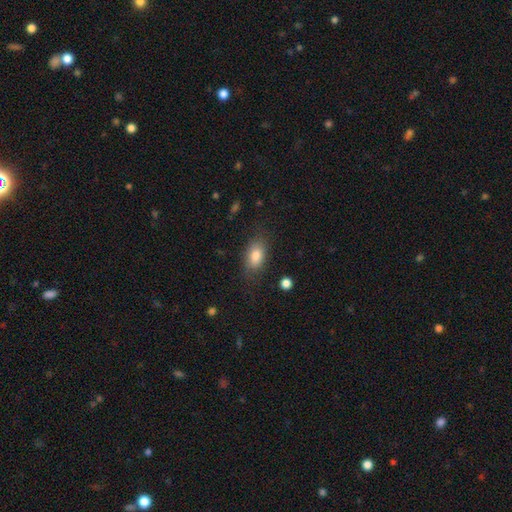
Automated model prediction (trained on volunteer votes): Q: Smooth or featured?
A: smooth (81%); runner-up: featured or disk (11%)
Q: How rounded?
A: in between (88%); runner-up: round (9%)
Q: Merging?
A: none (77%); runner-up: minor disturbance (16%)